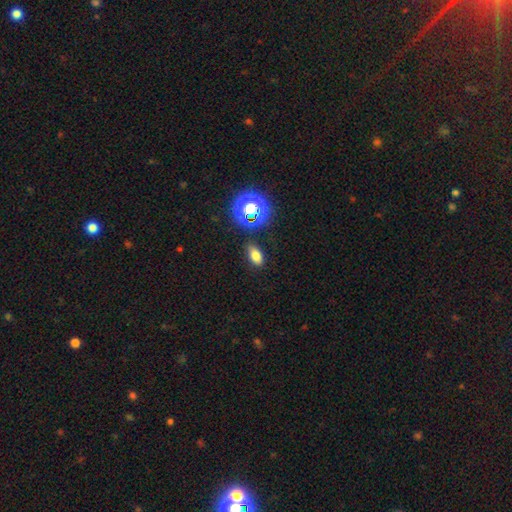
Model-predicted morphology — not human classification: A smooth galaxy with no disk features (73%) that is in between round and cigar-shaped (83%). Merging: none (84%).